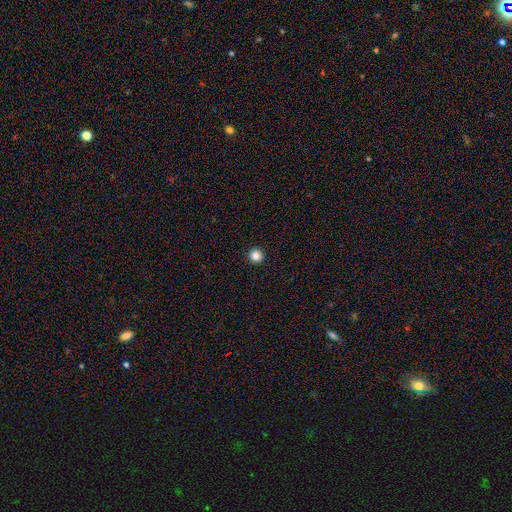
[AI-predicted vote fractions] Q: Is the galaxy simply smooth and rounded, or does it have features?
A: smooth — 85%.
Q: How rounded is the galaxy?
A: round — 96%.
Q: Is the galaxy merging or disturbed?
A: none — 94%.